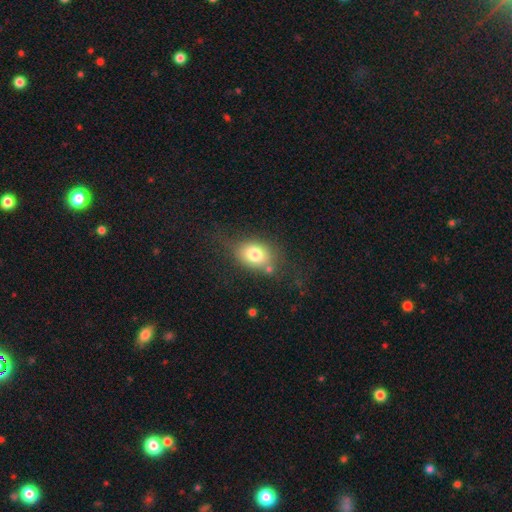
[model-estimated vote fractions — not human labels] Morphology: type=smooth (75%); roundness=in between (58%); merging=none (66%).